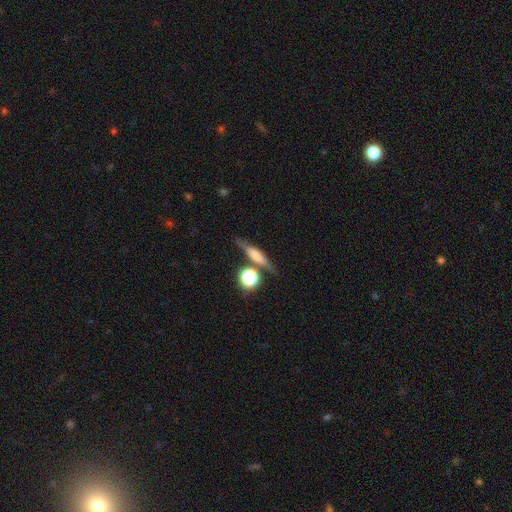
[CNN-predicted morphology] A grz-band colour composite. It shows a featured or disk galaxy (52%) viewed edge-on (91%). Merging: none (71%).